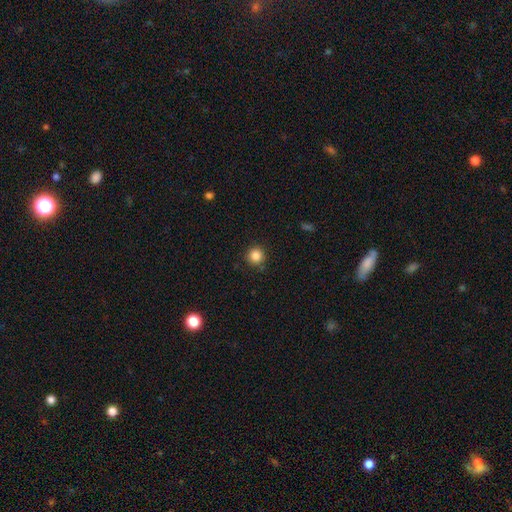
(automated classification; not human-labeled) smooth-or-featured: smooth: 86% | star or artifact: 11% | featured or disk: 4%
  how-rounded: round: 95% | in between: 4% | cigar-shaped: 1%
  merging: none: 88% | minor disturbance: 8% | major disturbance: 2% | merger: 2%